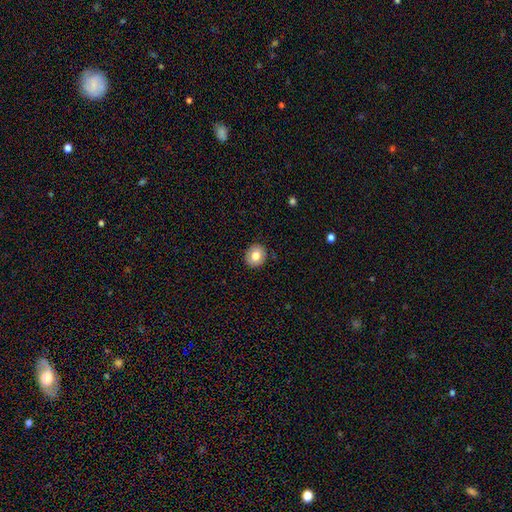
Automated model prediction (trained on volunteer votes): A smooth galaxy with no disk features (76%) that is round (84%). Merging: none (89%).